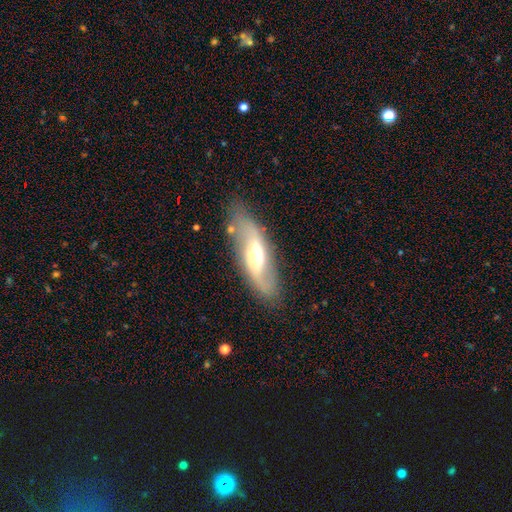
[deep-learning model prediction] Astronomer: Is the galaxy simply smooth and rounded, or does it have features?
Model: featured or disk — 70%.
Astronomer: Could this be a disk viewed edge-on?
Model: no — 82%.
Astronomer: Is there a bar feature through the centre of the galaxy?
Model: weak — 41% (runner-up: no, 34%).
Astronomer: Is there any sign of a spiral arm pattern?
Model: yes — 82%.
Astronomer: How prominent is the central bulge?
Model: moderate — 65%.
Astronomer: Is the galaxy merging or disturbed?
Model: none — 78%.